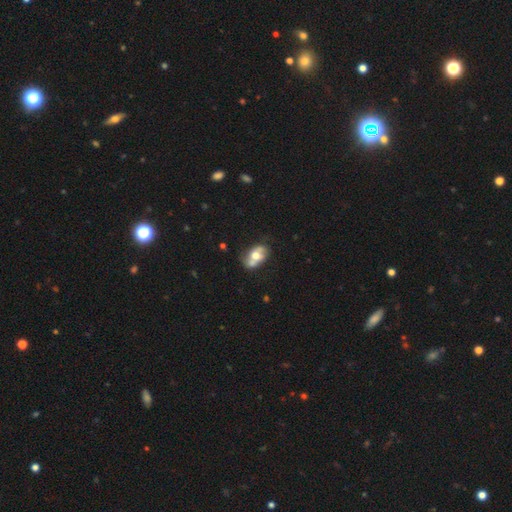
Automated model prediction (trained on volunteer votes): This is possibly a smooth galaxy (46%, tied with featured or disk). Merging: possibly none (49%).